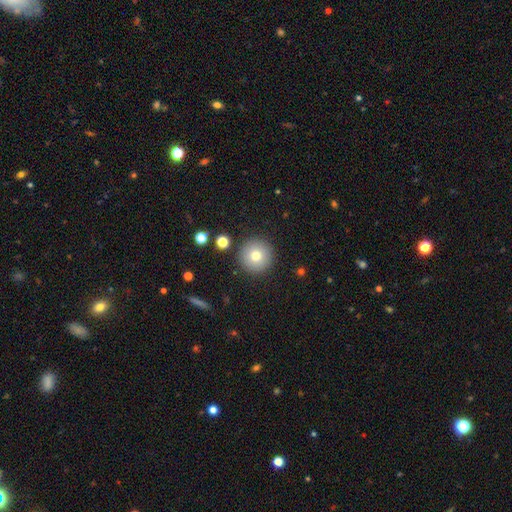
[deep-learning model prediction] Smooth or featured?
  - smooth: 75% *
  - featured or disk: 13%
  - star or artifact: 11%
How rounded?
  - round: 96% *
  - in between: 3%
  - cigar-shaped: 1%
Merging?
  - none: 90% *
  - minor disturbance: 6%
  - major disturbance: 2%
  - merger: 2%